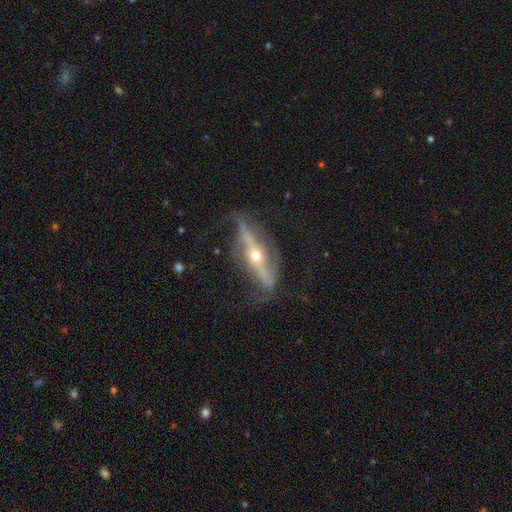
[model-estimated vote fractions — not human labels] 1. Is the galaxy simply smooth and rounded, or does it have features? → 84% featured or disk, 10% smooth, 7% star or artifact.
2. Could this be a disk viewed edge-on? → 51% no, 49% yes.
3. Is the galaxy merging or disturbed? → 64% none, 20% minor disturbance, 13% major disturbance, 2% merger.